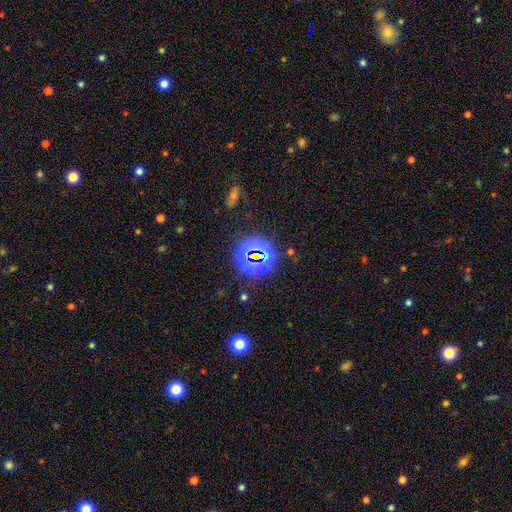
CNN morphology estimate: star or artifact 72%, smooth 19%, featured or disk 9%.